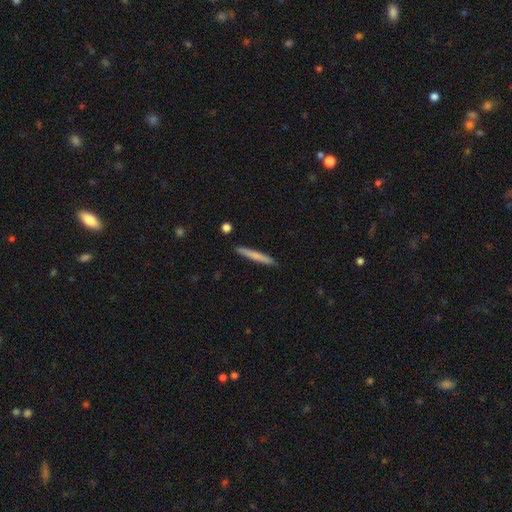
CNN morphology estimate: Smooth or featured?
  - smooth: 70% *
  - featured or disk: 25%
  - star or artifact: 5%
How rounded?
  - cigar-shaped: 96% *
  - in between: 2%
  - round: 1%
Merging?
  - none: 91% *
  - minor disturbance: 7%
  - merger: 2%
  - major disturbance: 1%